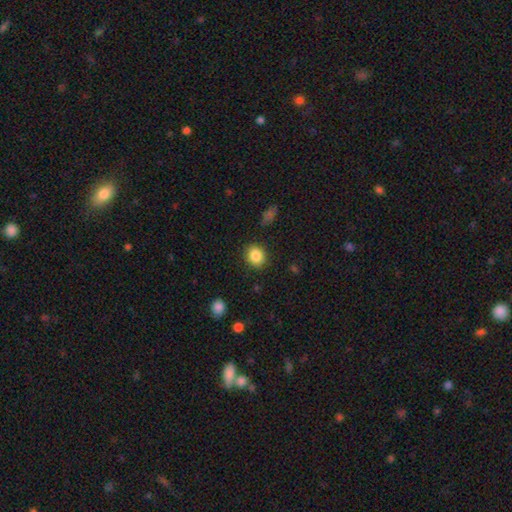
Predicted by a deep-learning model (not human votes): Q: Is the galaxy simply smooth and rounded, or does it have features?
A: smooth — 86%.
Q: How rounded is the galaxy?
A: round — 70%.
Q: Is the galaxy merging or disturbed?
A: none — 88%.